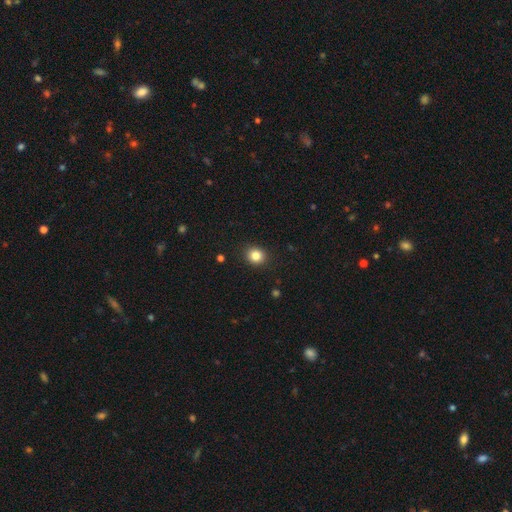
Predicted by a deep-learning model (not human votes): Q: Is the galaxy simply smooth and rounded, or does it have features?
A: smooth — 84%.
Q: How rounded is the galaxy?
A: round — 80%.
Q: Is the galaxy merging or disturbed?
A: none — 90%.